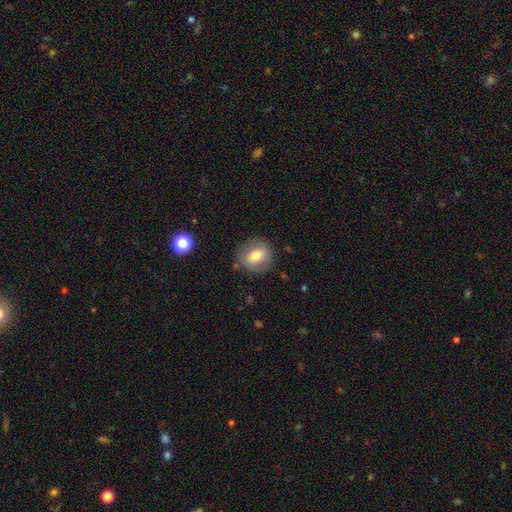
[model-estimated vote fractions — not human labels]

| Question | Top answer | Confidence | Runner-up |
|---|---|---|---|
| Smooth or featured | smooth | 69% | featured or disk (22%) |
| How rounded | round | 78% | in between (21%) |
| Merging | none | 82% | minor disturbance (12%) |